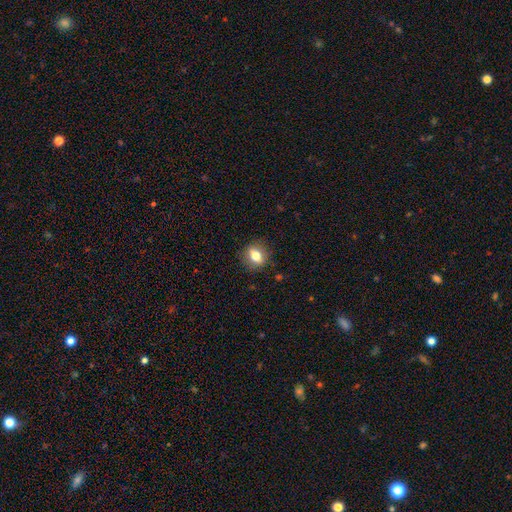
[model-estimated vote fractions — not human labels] Smooth or featured? Predicted: smooth (p=0.71). How rounded? Predicted: in between (p=0.50). Merging? Predicted: none (p=0.86).